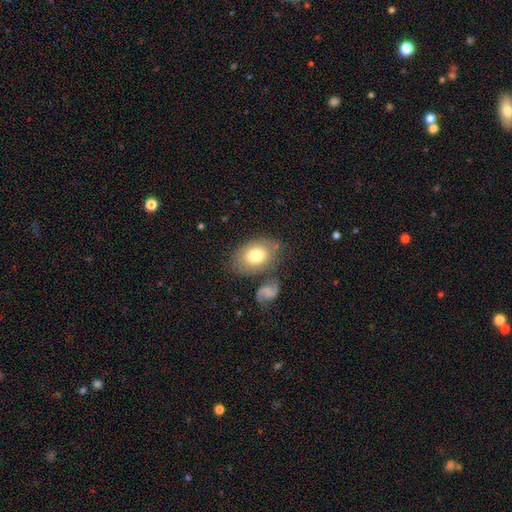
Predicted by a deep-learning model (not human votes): smooth-or-featured: smooth: 72% | featured or disk: 21% | star or artifact: 7%
  how-rounded: in between: 81% | round: 18% | cigar-shaped: 1%
  merging: none: 63% | minor disturbance: 18% | merger: 12% | major disturbance: 7%